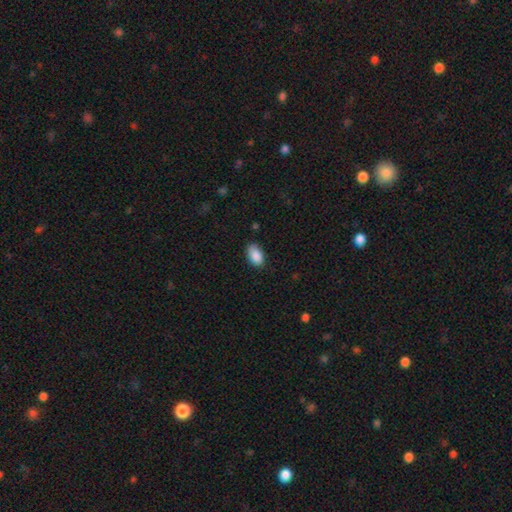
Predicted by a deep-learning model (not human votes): Q: Smooth or featured?
A: smooth (88%); runner-up: star or artifact (7%)
Q: How rounded?
A: in between (91%); runner-up: round (7%)
Q: Merging?
A: none (76%); runner-up: minor disturbance (19%)